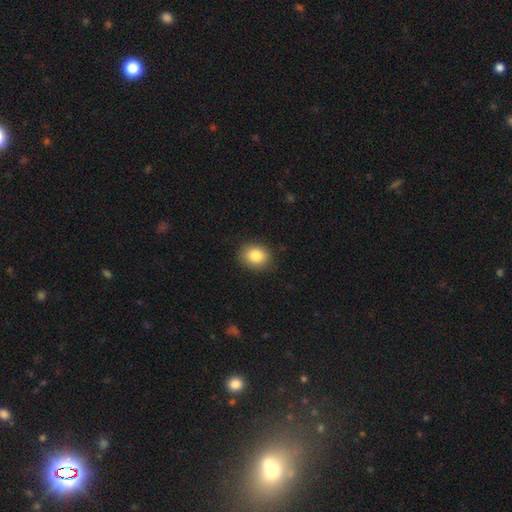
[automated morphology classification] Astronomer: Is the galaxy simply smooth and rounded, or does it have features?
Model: smooth — 85%.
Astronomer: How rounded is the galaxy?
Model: round — 53% (runner-up: in between, 46%).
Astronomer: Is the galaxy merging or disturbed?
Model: none — 88%.